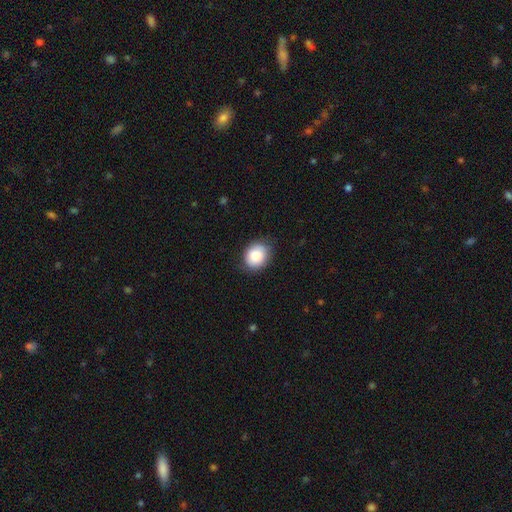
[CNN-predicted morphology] smooth 85%, star or artifact 8%, featured or disk 8%. Down the decision tree: how rounded — round (62%); merging — none (81%).